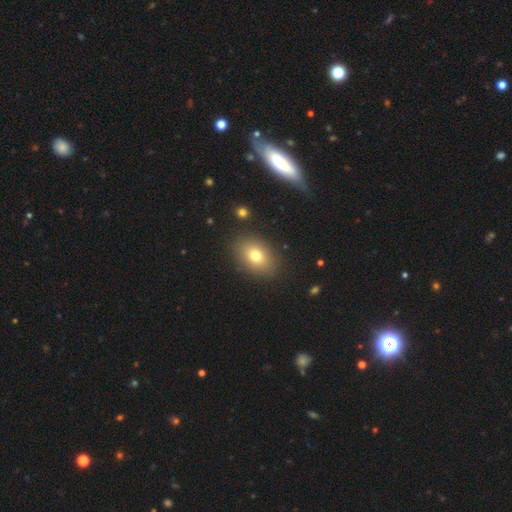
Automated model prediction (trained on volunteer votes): Morphology: type=smooth (77%); roundness=in between (78%); merging=none (88%).